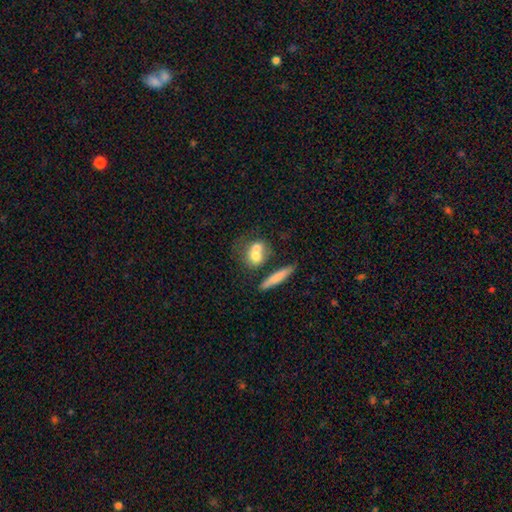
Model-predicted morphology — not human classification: The model was most divided on "how rounded": round: 49%, in between: 39%, cigar-shaped: 12%. More confident: smooth or featured — smooth (67%); merging — merger (50%).